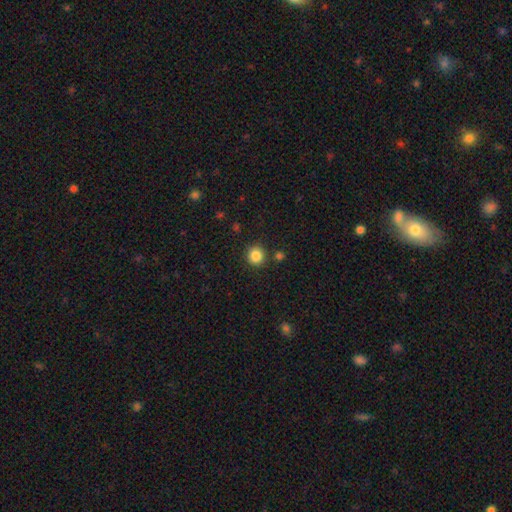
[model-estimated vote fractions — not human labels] Smooth or featured: smooth — 86% (star or artifact — 11%)
How rounded: round — 92% (in between — 7%)
Merging: none — 88% (minor disturbance — 6%)